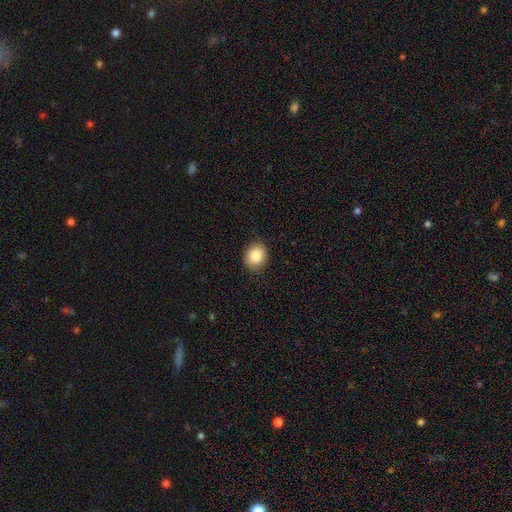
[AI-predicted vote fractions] A smooth galaxy with no disk features (87%) that is round (58%). Merging: none (88%).